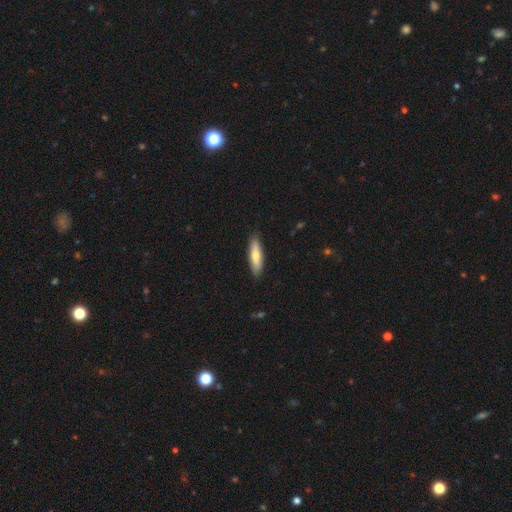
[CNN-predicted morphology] A smooth galaxy with no disk features (64%) that is cigar-shaped (59%).

Vote fractions:
- Smooth or featured? smooth: 64% / featured or disk: 30% / star or artifact: 6%
- How rounded? cigar-shaped: 59% / in between: 39% / round: 2%
- Merging? none: 86% / minor disturbance: 11% / major disturbance: 2% / merger: 1%